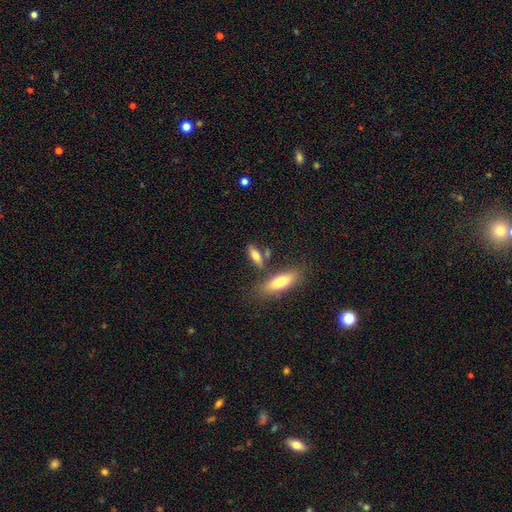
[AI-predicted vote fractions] This is likely a smooth galaxy (77%). How rounded: possibly in between (57%). Merging: likely none (66%).